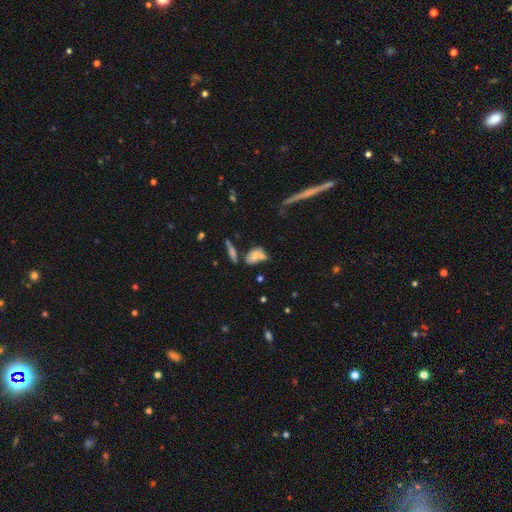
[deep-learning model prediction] Morphology: type=smooth (58%); roundness=in between (76%); merging=none (41%).